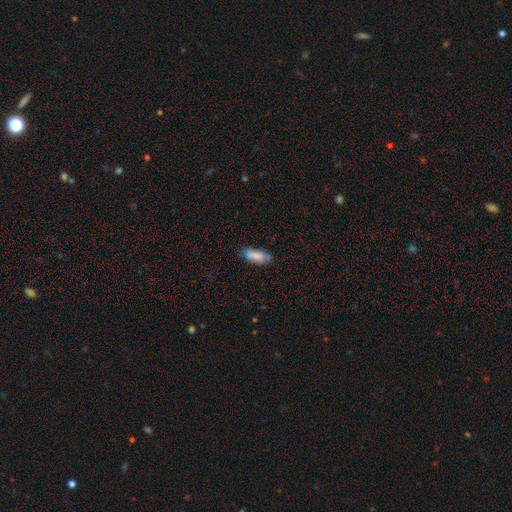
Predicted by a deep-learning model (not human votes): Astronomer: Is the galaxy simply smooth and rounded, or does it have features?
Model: smooth — 81%.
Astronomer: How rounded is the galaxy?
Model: in between — 76%.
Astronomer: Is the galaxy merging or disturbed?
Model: none — 63%.